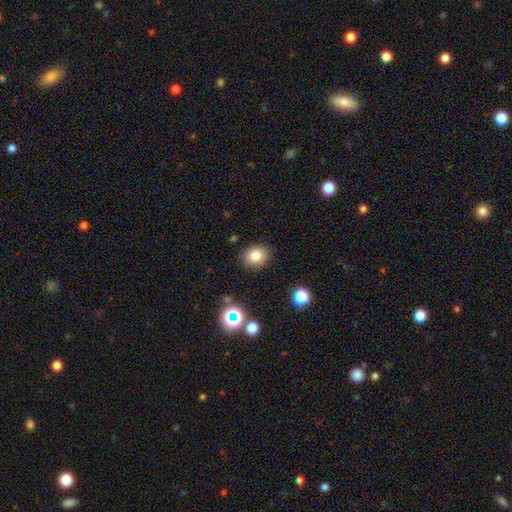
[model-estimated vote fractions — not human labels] A smooth galaxy with no disk features (79%) that is round (59%). Merging: none (88%).